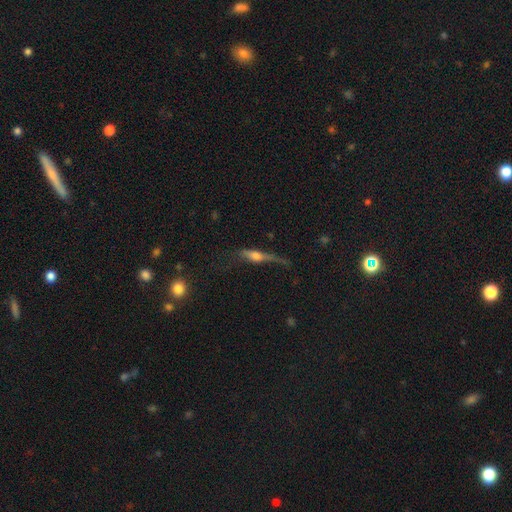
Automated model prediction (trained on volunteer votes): Smooth or featured? Predicted: featured or disk (p=0.52). Edge-on disk? Predicted: yes (p=0.85). Merging? Predicted: none (p=0.41).